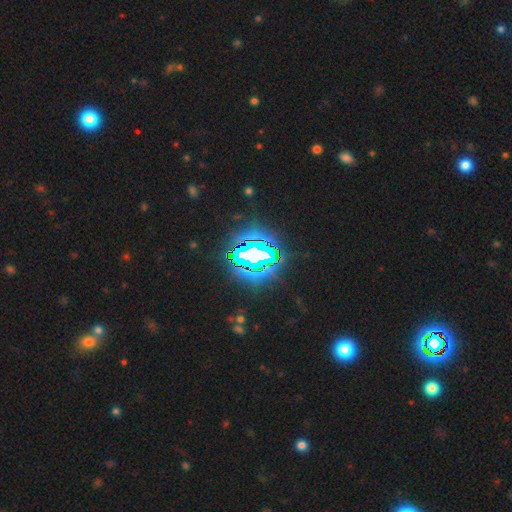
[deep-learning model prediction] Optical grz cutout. It shows a star or artifact, not a galaxy (78%).